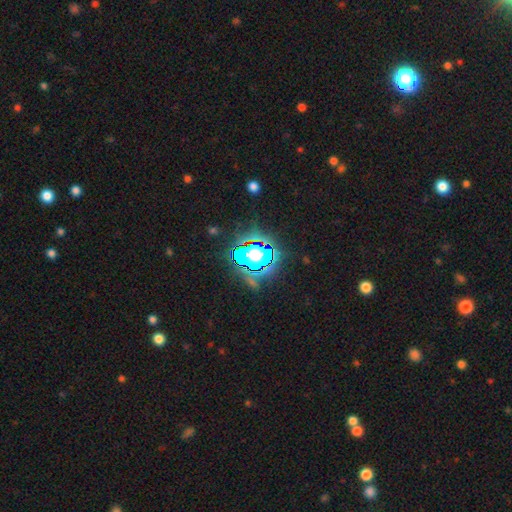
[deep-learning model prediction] Q: Smooth or featured?
A: star or artifact (61%); runner-up: smooth (22%)